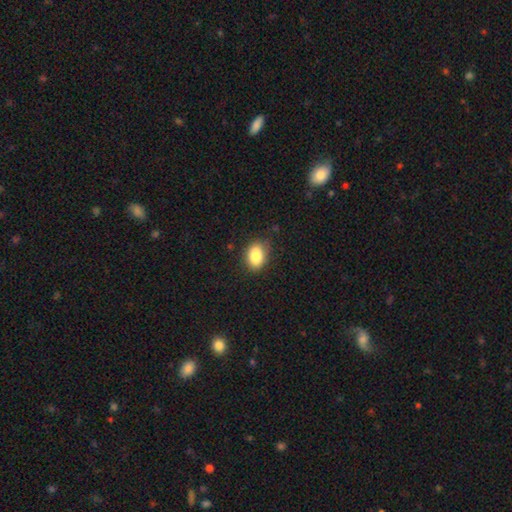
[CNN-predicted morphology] Smooth or featured? smooth (87%)
How rounded? in between (82%)
Merging? none (82%)